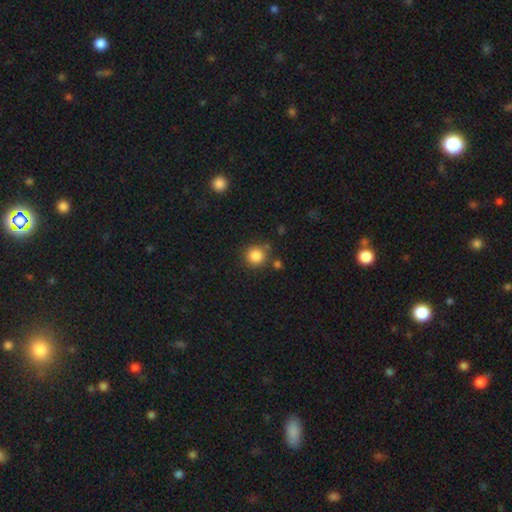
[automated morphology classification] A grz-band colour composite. It shows a smooth galaxy with no disk features (85%) that is round (92%). Merging: none (80%).